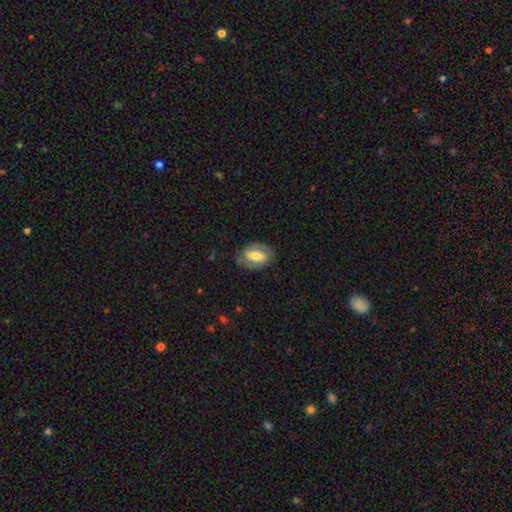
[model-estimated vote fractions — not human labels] featured or disk 54%, smooth 40%, star or artifact 6%. Down the decision tree: edge-on disk — no (93%); bar — strong (42%); spiral arms — yes (66%); bulge size — moderate (59%); merging — none (77%).